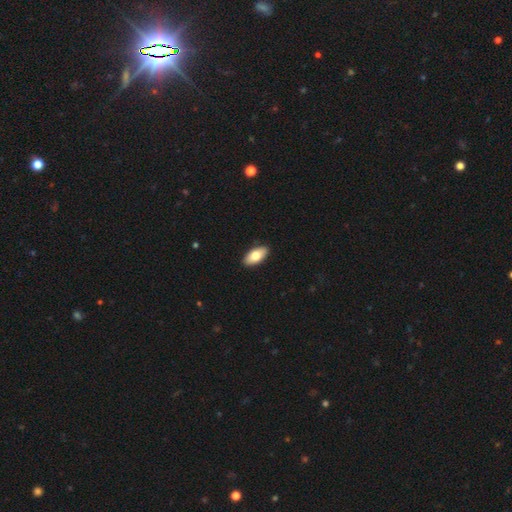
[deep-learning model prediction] This is likely a smooth galaxy (76%). How rounded: clearly in between (91%). Merging: clearly none (91%).